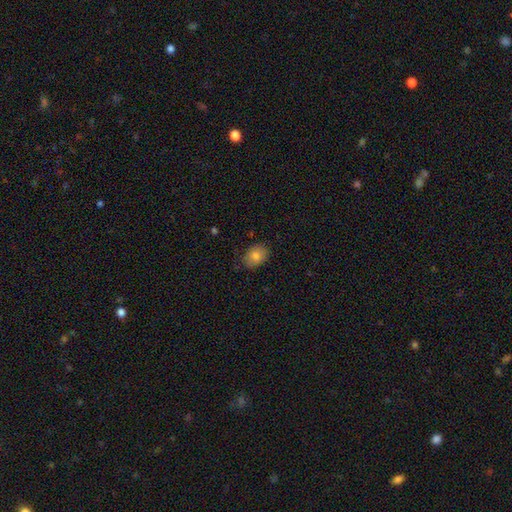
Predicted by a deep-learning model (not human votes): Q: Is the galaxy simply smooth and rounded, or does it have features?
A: smooth — 81%.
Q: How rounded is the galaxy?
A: in between — 78%.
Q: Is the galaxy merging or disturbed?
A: none — 81%.